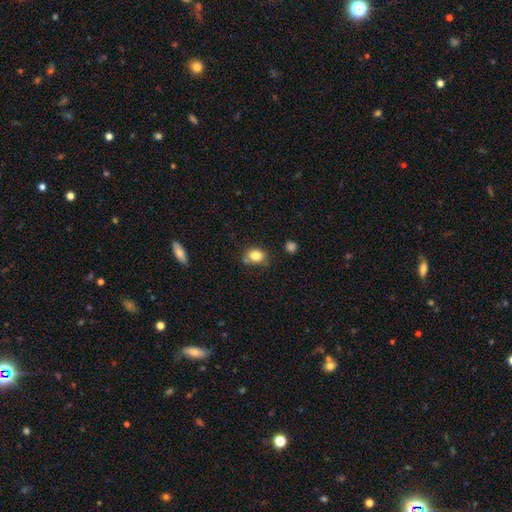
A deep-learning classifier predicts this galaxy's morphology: Smooth or featured? Predicted: smooth (p=0.82). How rounded? Predicted: in between (p=0.52). Merging? Predicted: none (p=0.68).